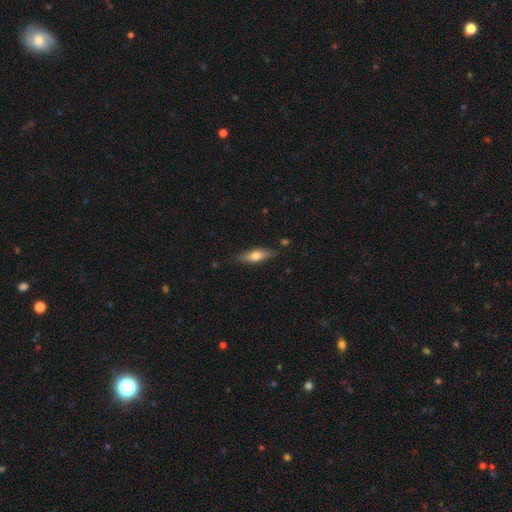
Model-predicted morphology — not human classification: Overall: smooth (60%; featured or disk 34%). How rounded: cigar-shaped (52%; in between 45%). Merging: none (82%).